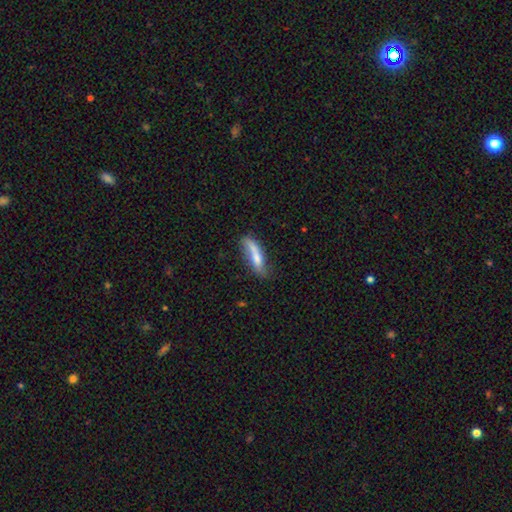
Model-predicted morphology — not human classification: smooth-or-featured: smooth: 62% | featured or disk: 31% | star or artifact: 7%
  how-rounded: cigar-shaped: 60% | in between: 37% | round: 2%
  merging: none: 53% | minor disturbance: 29% | major disturbance: 12% | merger: 6%